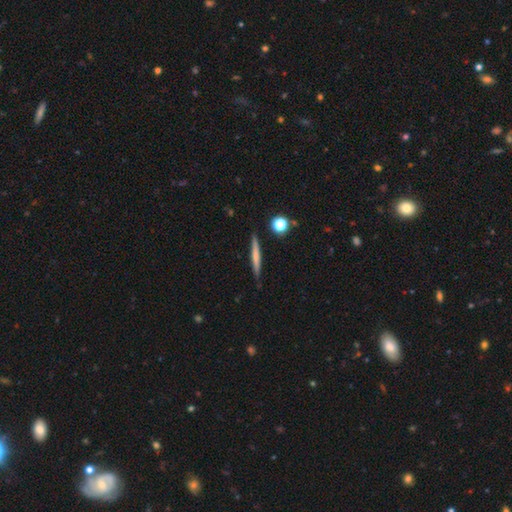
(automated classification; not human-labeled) Smooth or featured: smooth — 59% (featured or disk — 34%)
How rounded: cigar-shaped — 95% (in between — 3%)
Merging: none — 88% (minor disturbance — 9%)